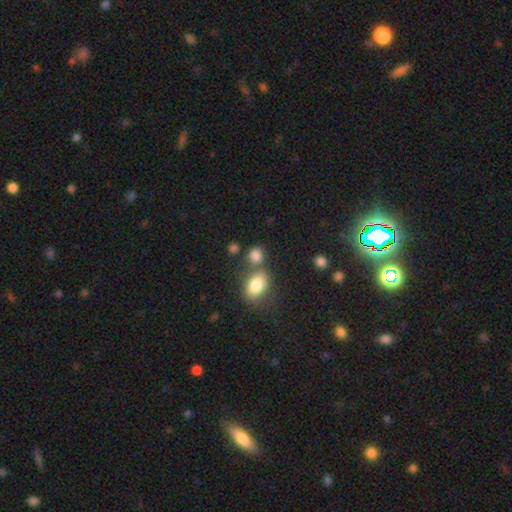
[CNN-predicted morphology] The model was most divided on "how rounded": round: 60%, in between: 38%, cigar-shaped: 2%. More confident: smooth or featured — smooth (82%); merging — none (58%).